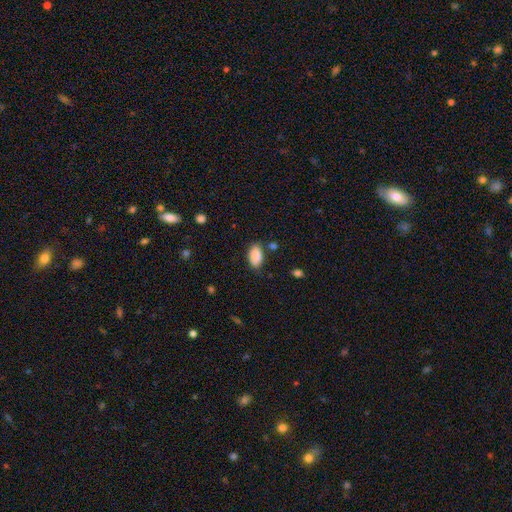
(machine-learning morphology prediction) Smooth or featured?
  - smooth: 88% *
  - star or artifact: 7%
  - featured or disk: 5%
How rounded?
  - in between: 93% *
  - round: 5%
  - cigar-shaped: 2%
Merging?
  - none: 73% *
  - minor disturbance: 18%
  - merger: 5%
  - major disturbance: 4%